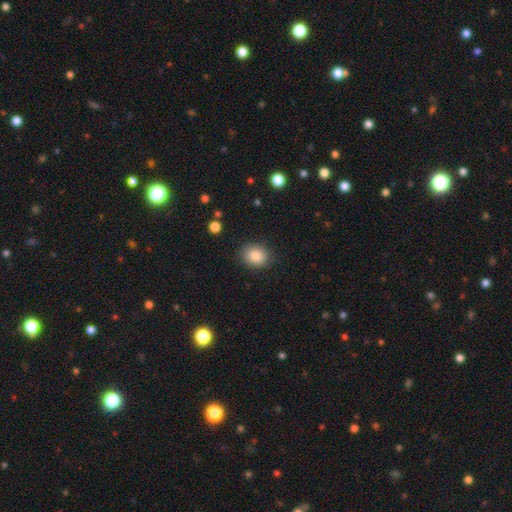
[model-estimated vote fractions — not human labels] Smooth or featured? smooth (85%)
How rounded? round (62%)
Merging? none (86%)